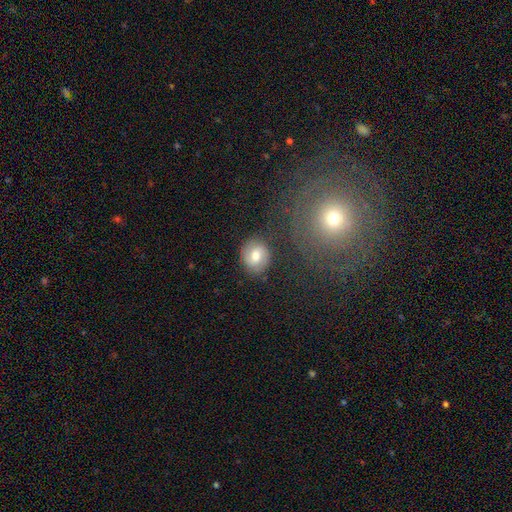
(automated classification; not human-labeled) This is likely a smooth galaxy (69%). How rounded: likely round (71%). Merging: clearly none (81%).